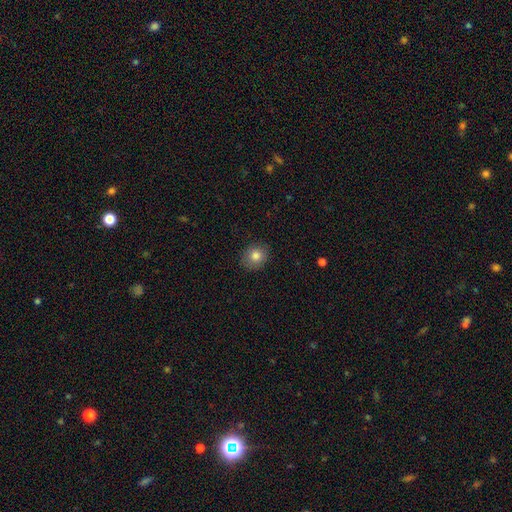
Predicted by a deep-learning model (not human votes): Q: Smooth or featured?
A: smooth (81%); runner-up: star or artifact (10%)
Q: How rounded?
A: round (71%); runner-up: in between (28%)
Q: Merging?
A: none (87%); runner-up: minor disturbance (10%)